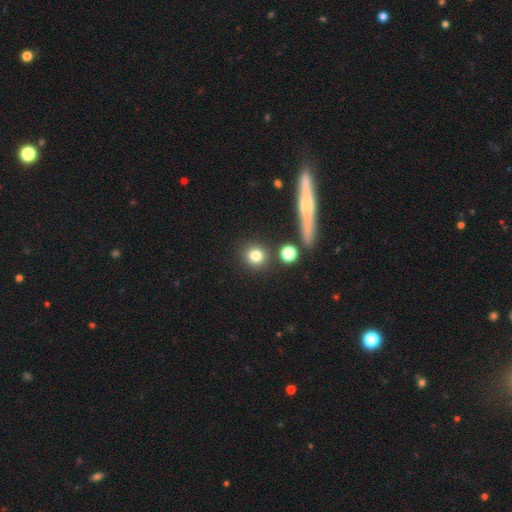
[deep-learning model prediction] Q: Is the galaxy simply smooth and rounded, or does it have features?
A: smooth — 80%.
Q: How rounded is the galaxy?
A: round — 88%.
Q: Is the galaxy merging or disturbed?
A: none — 85%.